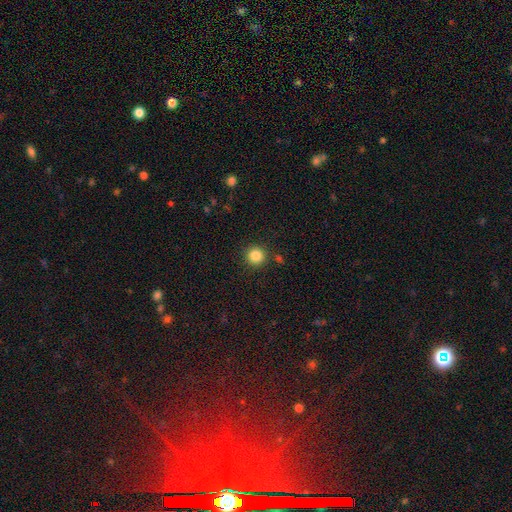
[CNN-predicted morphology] smooth_or_featured: smooth (p=0.85) [alt: star or artifact p=0.11]
how_rounded: round (p=0.94) [alt: in between p=0.05]
merging: none (p=0.89) [alt: minor disturbance p=0.06]